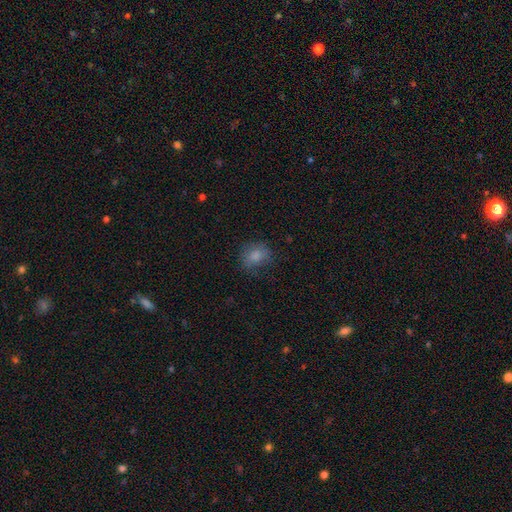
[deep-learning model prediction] A smooth galaxy with no disk features (79%) that is round (58%).

Vote fractions:
- Smooth or featured? smooth: 79% / star or artifact: 11% / featured or disk: 10%
- How rounded? round: 58% / in between: 41% / cigar-shaped: 1%
- Merging? none: 68% / minor disturbance: 21% / major disturbance: 10% / merger: 1%